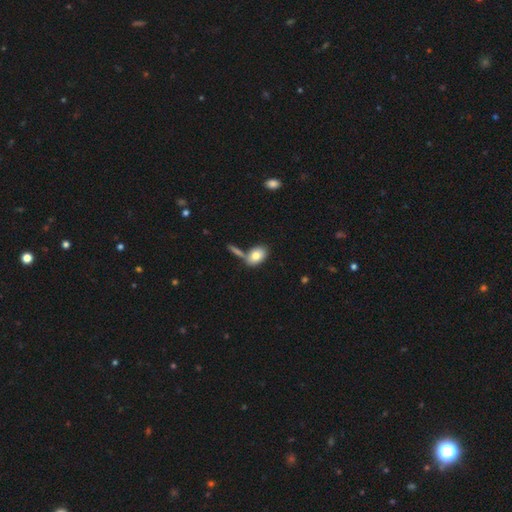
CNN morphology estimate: A smooth galaxy with no disk features (78%) that is in between round and cigar-shaped (86%).

Vote fractions:
- Smooth or featured? smooth: 78% / featured or disk: 15% / star or artifact: 7%
- How rounded? in between: 86% / round: 12% / cigar-shaped: 2%
- Merging? none: 53% / merger: 29% / minor disturbance: 13% / major disturbance: 5%